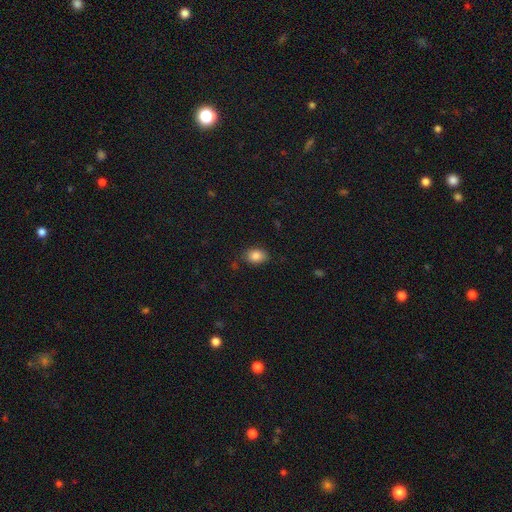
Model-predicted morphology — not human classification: This is clearly a smooth galaxy (85%). How rounded: likely in between (74%). Merging: likely none (79%).